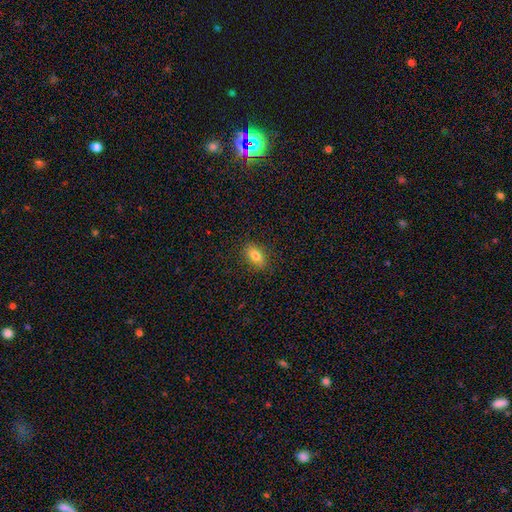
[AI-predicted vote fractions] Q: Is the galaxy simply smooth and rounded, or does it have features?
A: smooth — 80%.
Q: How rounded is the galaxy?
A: in between — 85%.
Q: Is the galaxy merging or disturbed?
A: none — 86%.